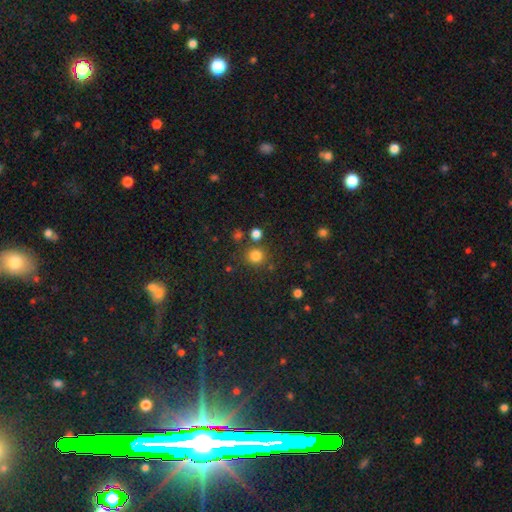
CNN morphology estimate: Smooth or featured? smooth (81%)
How rounded? round (91%)
Merging? none (79%)